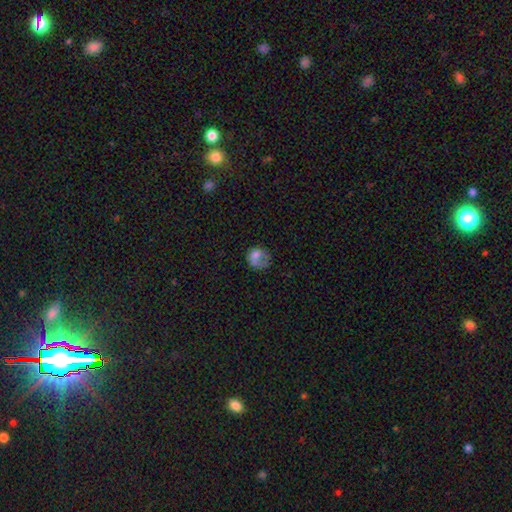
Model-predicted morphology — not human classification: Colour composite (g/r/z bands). It shows a smooth galaxy with no disk features (69%) that is round (70%). Merging: none (37%).